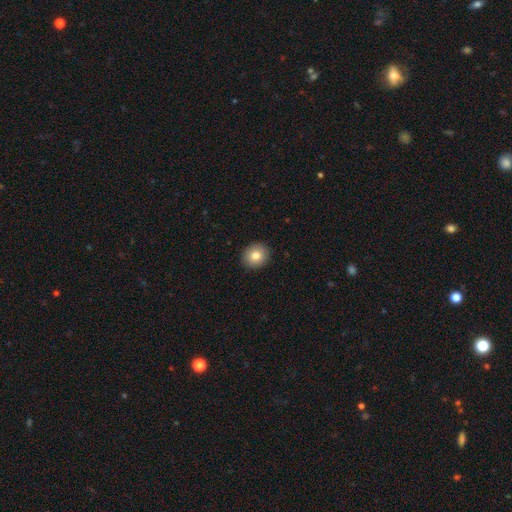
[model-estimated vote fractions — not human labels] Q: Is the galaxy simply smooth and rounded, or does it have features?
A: smooth — 82%.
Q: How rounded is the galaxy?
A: round — 81%.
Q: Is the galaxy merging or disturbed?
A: none — 92%.